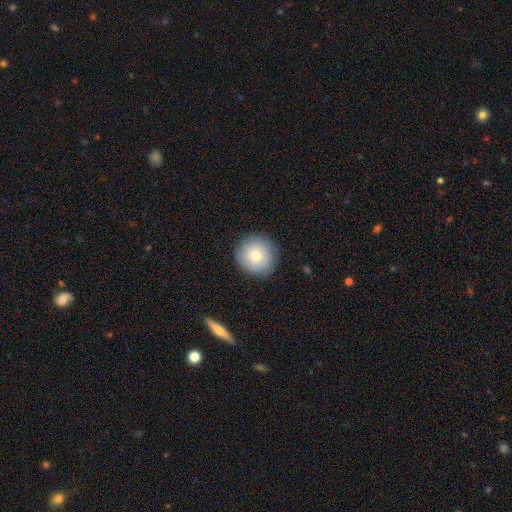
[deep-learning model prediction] Morphology: type=smooth (80%); roundness=round (93%); merging=none (88%).